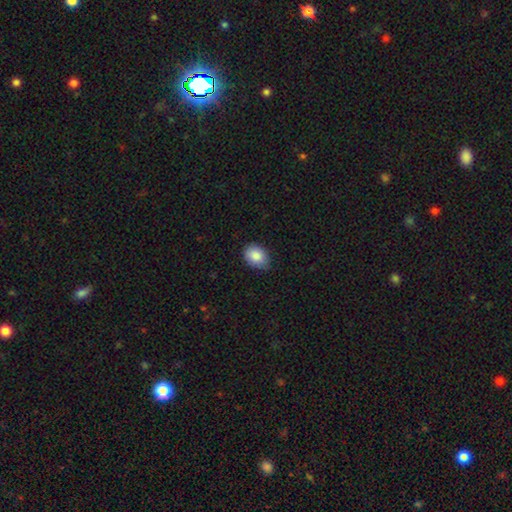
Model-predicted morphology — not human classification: Smooth or featured? smooth (87%)
How rounded? in between (75%)
Merging? none (76%)